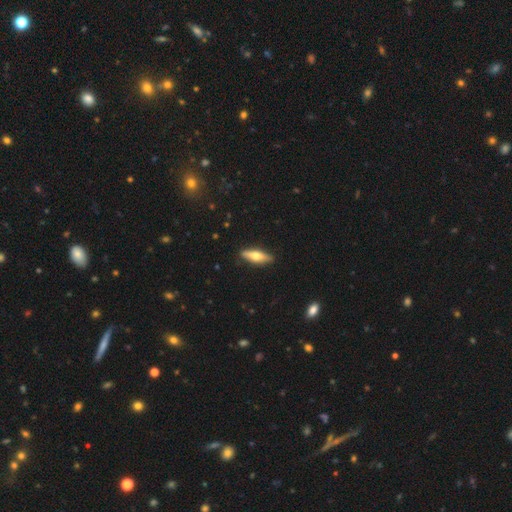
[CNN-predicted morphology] A smooth galaxy with no disk features (51%) that is cigar-shaped (61%). Merging: none (88%).